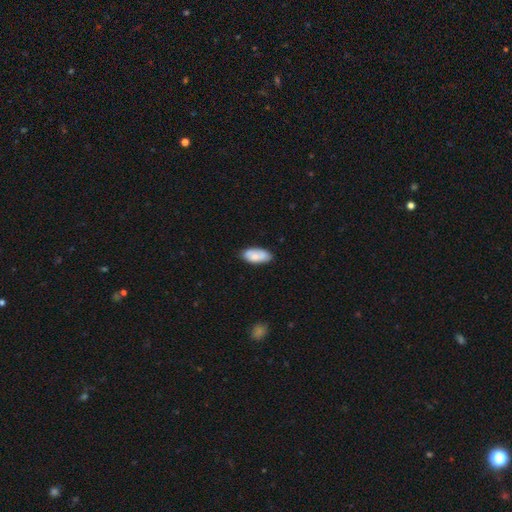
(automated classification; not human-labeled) This is likely a smooth galaxy (76%). How rounded: clearly in between (91%). Merging: likely none (78%).